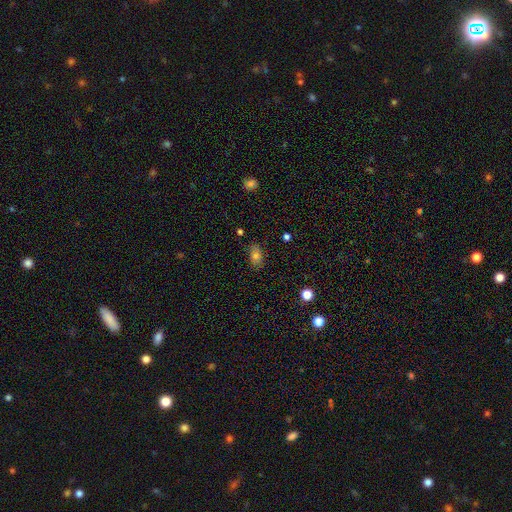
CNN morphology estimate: type=smooth (75%); roundness=in between (85%); merging=none (83%).